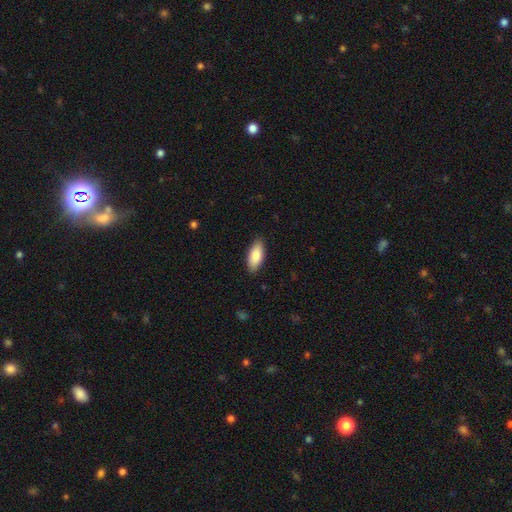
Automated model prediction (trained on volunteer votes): This is clearly a smooth galaxy (86%). How rounded: clearly in between (85%). Merging: clearly none (88%).